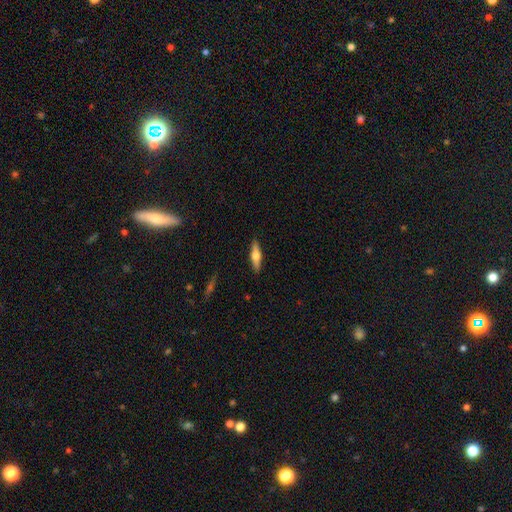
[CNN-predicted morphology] The model was most divided on "smooth or featured" (2-way tie): smooth: 47%, featured or disk: 47%, star or artifact: 6%. More confident: merging — none (90%).